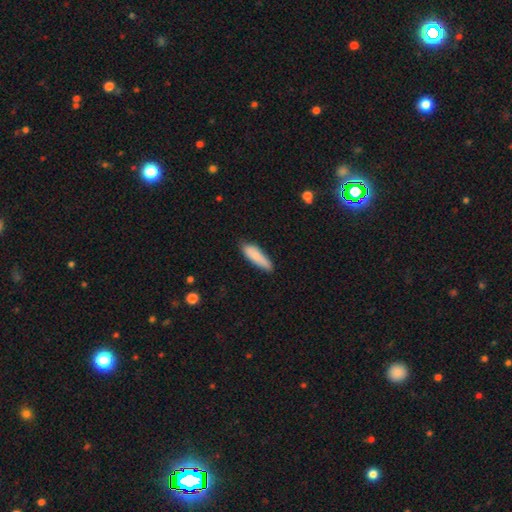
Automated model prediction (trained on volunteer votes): Overall: smooth (81%). How rounded: cigar-shaped (56%; in between 43%). Merging: none (75%).